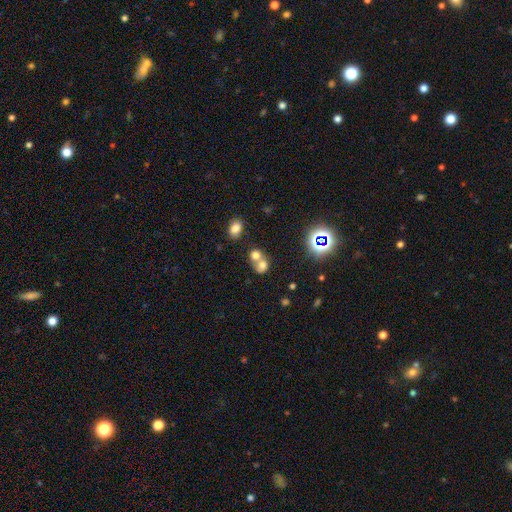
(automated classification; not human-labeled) This appears to be a smooth galaxy with no disk features (69%) that is round (61%). Merging: merger (62%).